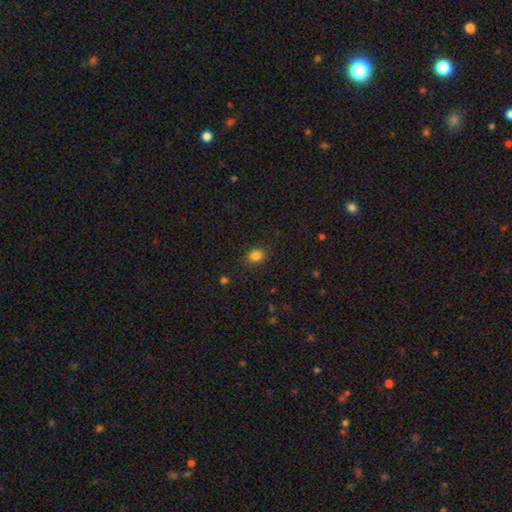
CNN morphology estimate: Smooth or featured? Predicted: smooth (p=0.84). How rounded? Predicted: round (p=0.53). Merging? Predicted: none (p=0.85).